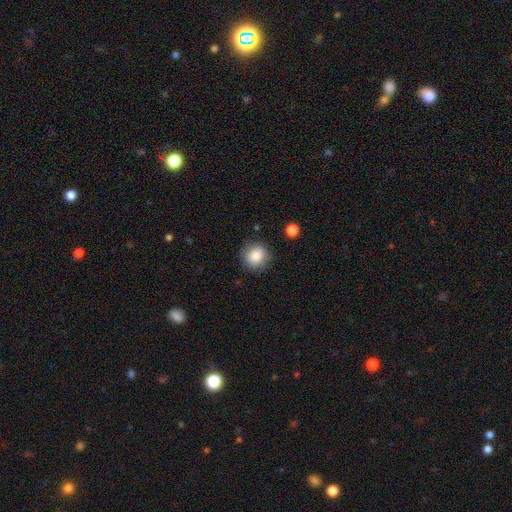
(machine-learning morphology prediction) Smooth or featured? smooth (85%)
How rounded? round (88%)
Merging? none (86%)